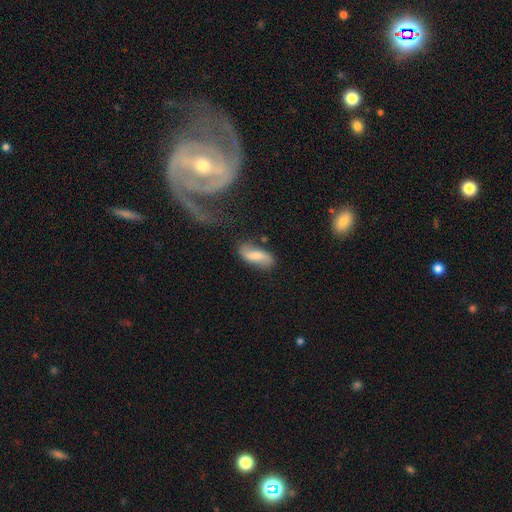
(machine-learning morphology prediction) Smooth or featured: smooth — 56% (featured or disk — 36%)
How rounded: in between — 76% (cigar-shaped — 21%)
Merging: none — 70% (minor disturbance — 20%)